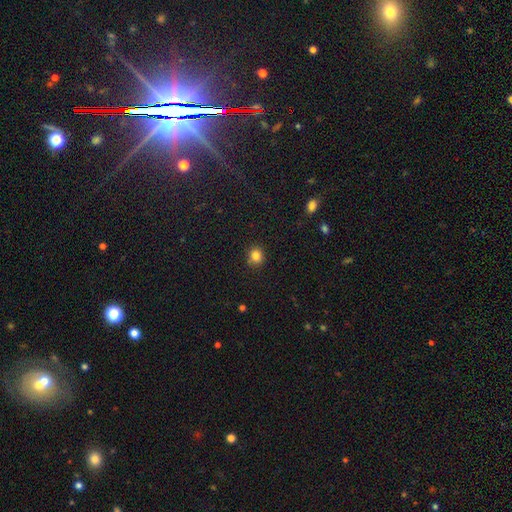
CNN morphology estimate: smooth 83%, star or artifact 12%, featured or disk 4%. Down the decision tree: how rounded — round (83%); merging — none (83%).